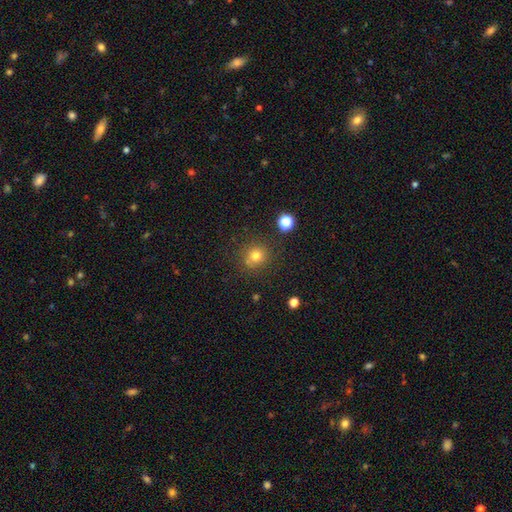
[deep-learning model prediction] smooth-or-featured: smooth: 76% | star or artifact: 16% | featured or disk: 8%
  how-rounded: round: 90% | in between: 9% | cigar-shaped: 1%
  merging: none: 80% | minor disturbance: 10% | merger: 7% | major disturbance: 3%